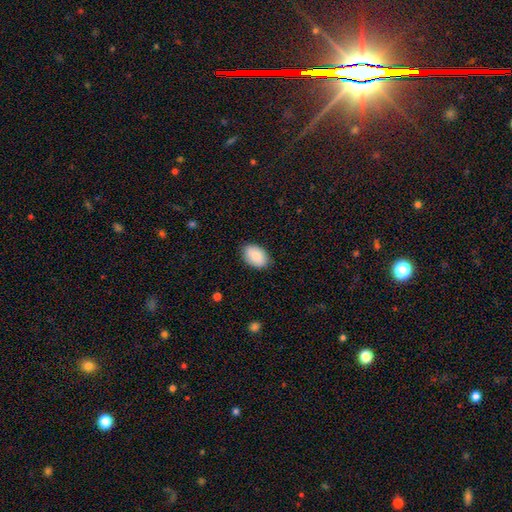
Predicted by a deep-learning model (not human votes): This appears to be a smooth galaxy with no disk features (89%) that is in between round and cigar-shaped (90%). Merging: none (85%).